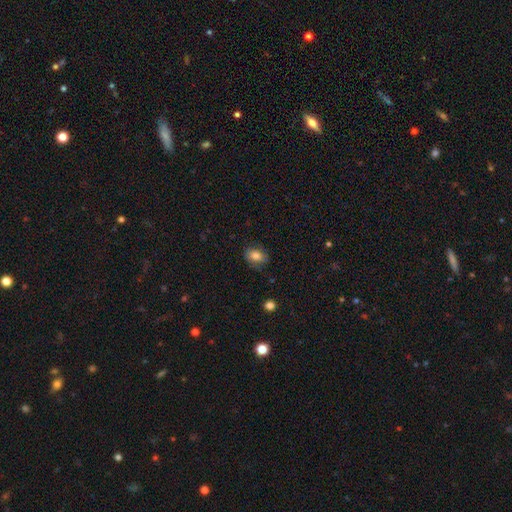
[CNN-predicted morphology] Smooth or featured: smooth — 78% (featured or disk — 14%)
How rounded: in between — 75% (round — 24%)
Merging: none — 77% (minor disturbance — 17%)